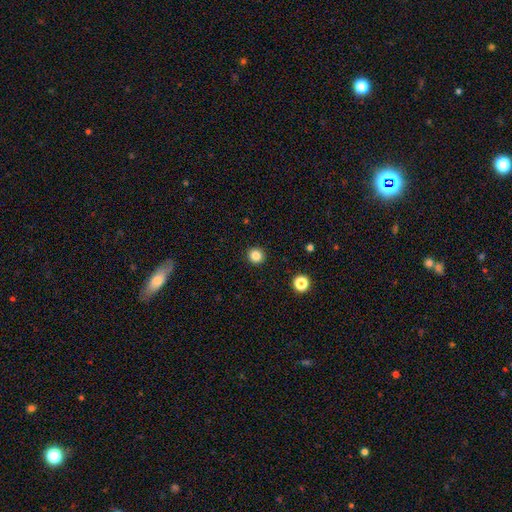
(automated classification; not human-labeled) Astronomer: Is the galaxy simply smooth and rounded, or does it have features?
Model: smooth — 84%.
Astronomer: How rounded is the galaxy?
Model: round — 92%.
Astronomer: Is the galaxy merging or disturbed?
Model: none — 93%.